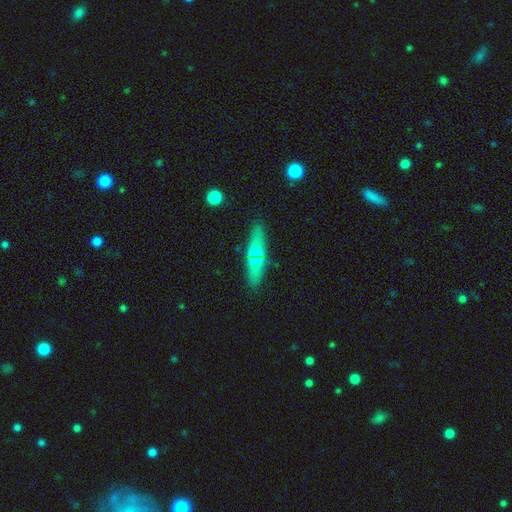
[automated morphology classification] The model was most divided on "smooth or featured": smooth: 60%, featured or disk: 34%, star or artifact: 6%. More confident: merging — none (86%); how rounded — cigar-shaped (81%).